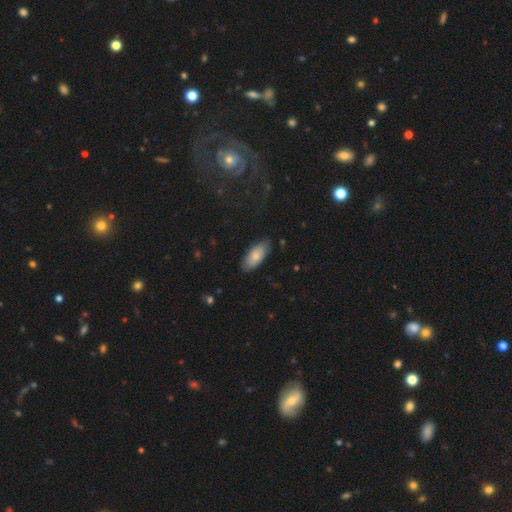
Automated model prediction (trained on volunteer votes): Smooth or featured?
  - smooth: 78% *
  - featured or disk: 16%
  - star or artifact: 6%
How rounded?
  - in between: 88% *
  - cigar-shaped: 11%
  - round: 2%
Merging?
  - none: 79% *
  - minor disturbance: 17%
  - major disturbance: 3%
  - merger: 1%